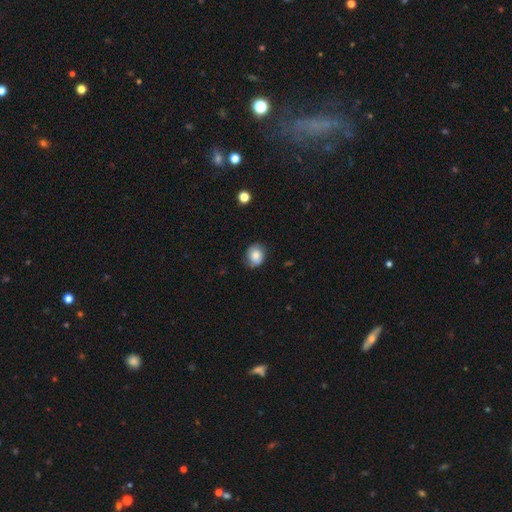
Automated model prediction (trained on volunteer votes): Smooth or featured?
  - smooth: 80% *
  - featured or disk: 11%
  - star or artifact: 9%
How rounded?
  - round: 65% *
  - in between: 34%
  - cigar-shaped: 1%
Merging?
  - none: 75% *
  - minor disturbance: 20%
  - major disturbance: 4%
  - merger: 1%